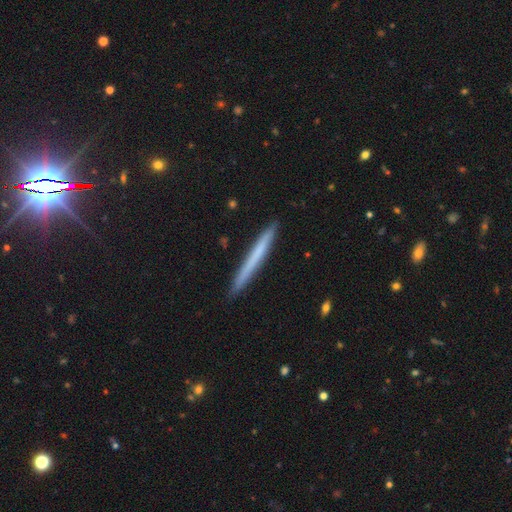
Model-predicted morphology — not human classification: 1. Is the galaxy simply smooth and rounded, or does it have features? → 59% smooth, 35% featured or disk, 6% star or artifact.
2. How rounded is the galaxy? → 97% cigar-shaped, 2% in between, 1% round.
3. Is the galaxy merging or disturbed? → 91% none, 7% minor disturbance, 1% major disturbance, 1% merger.